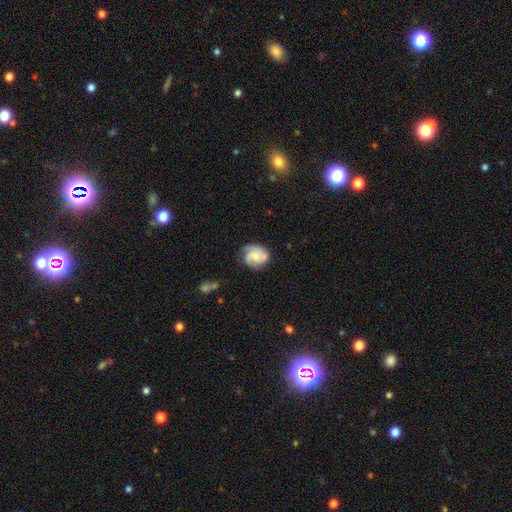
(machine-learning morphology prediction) smooth_or_featured: featured or disk (p=0.67) [alt: smooth p=0.25]
disk_edge_on: no (p=0.98) [alt: yes p=0.02]
bar: no (p=0.66) [alt: weak p=0.29]
has_spiral_arms: yes (p=0.94) [alt: no p=0.06]
spiral_winding: medium (p=0.43) [alt: tight p=0.42]
spiral_arm_count: 3 (p=0.47) [alt: 2 p=0.27]
bulge_size: small (p=0.43) [alt: moderate p=0.31]
merging: none (p=0.67) [alt: minor disturbance p=0.22]